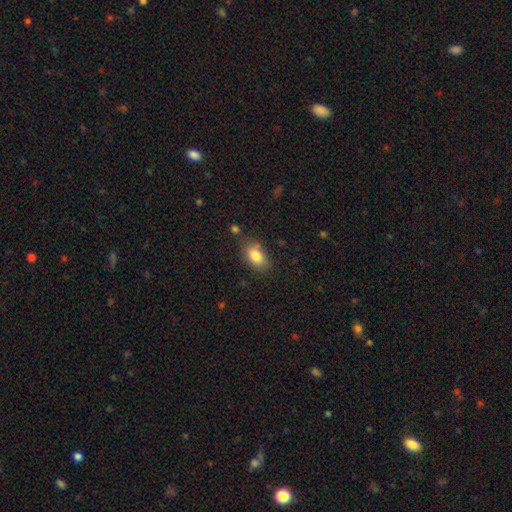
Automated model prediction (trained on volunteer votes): smooth-or-featured: smooth: 82% | featured or disk: 10% | star or artifact: 8%
  how-rounded: in between: 87% | round: 10% | cigar-shaped: 2%
  merging: none: 73% | minor disturbance: 18% | merger: 5% | major disturbance: 4%